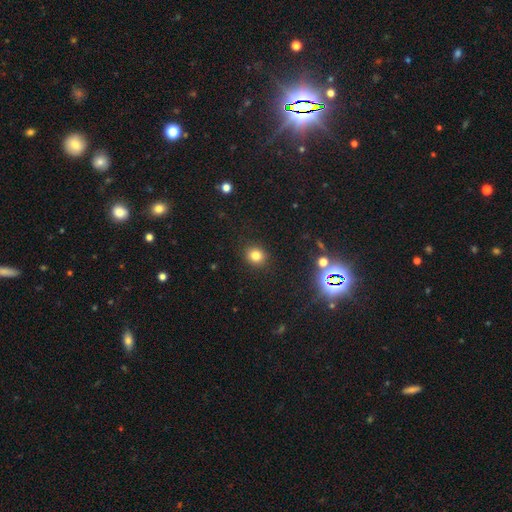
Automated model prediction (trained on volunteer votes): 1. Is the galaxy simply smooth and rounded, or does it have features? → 79% smooth, 14% star or artifact, 6% featured or disk.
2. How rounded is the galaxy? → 79% round, 20% in between, 1% cigar-shaped.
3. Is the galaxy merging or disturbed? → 90% none, 7% minor disturbance, 2% major disturbance, 1% merger.